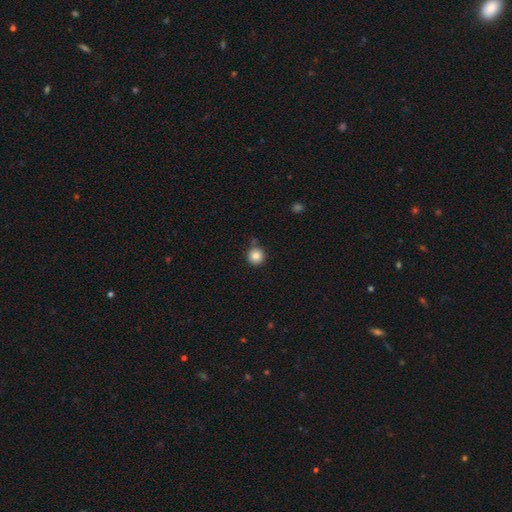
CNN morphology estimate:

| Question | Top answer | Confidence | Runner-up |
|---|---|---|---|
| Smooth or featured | smooth | 84% | star or artifact (10%) |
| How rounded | round | 95% | in between (4%) |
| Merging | none | 81% | minor disturbance (11%) |